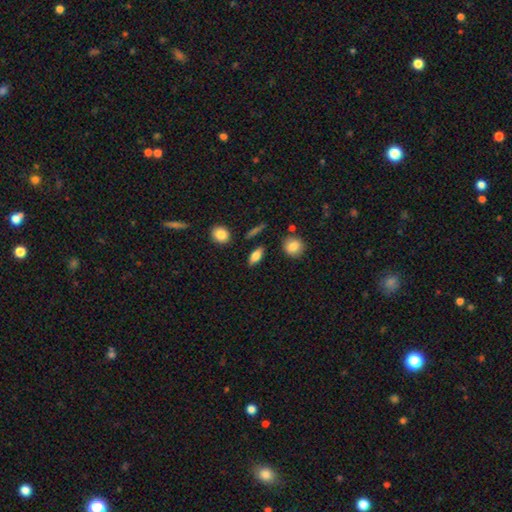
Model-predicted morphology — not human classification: Smooth or featured?
  - smooth: 74% *
  - featured or disk: 18%
  - star or artifact: 8%
How rounded?
  - in between: 75% *
  - cigar-shaped: 17%
  - round: 8%
Merging?
  - none: 85% *
  - minor disturbance: 9%
  - merger: 3%
  - major disturbance: 3%